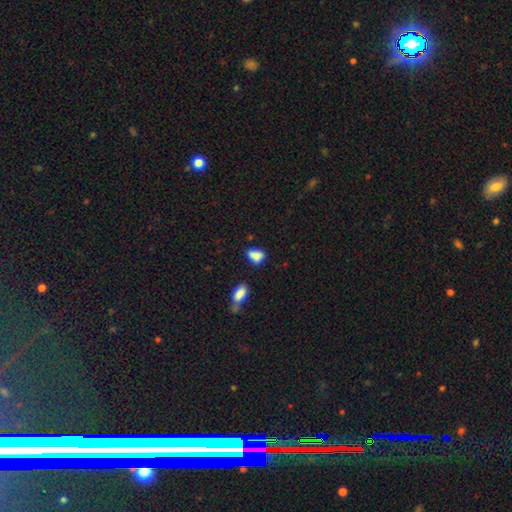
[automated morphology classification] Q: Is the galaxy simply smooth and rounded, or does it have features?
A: smooth — 80%.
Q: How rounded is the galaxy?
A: in between — 79%.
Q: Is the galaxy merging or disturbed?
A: none — 42%.